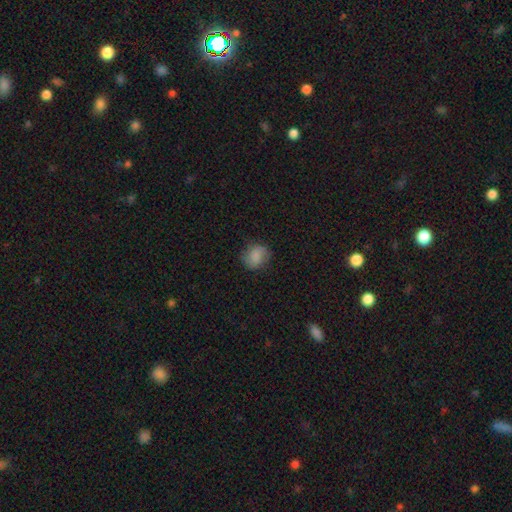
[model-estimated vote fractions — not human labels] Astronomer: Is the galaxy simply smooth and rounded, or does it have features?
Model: smooth — 78%.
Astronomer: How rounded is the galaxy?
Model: round — 63%.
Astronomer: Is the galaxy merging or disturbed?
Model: none — 75%.